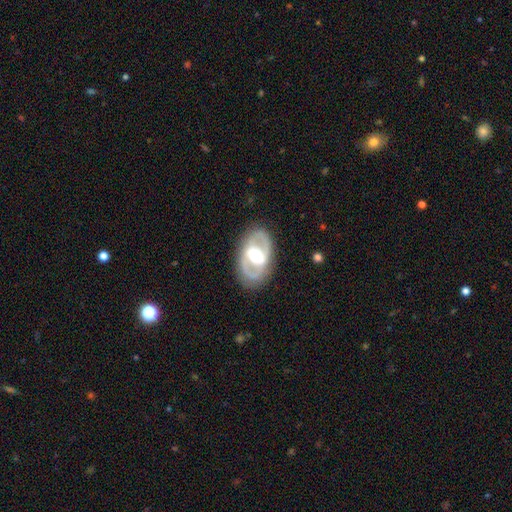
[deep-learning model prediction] A featured or disk galaxy (74%) with a strong bar (46%), spiral arms (52%) and a moderate central bulge (64%).

Vote fractions:
- Smooth or featured? featured or disk: 74% / smooth: 21% / star or artifact: 5%
- Edge-on disk? no: 93% / yes: 7%
- Bar? strong: 46% / weak: 34% / no: 19%
- Spiral arms? yes: 52% / no: 48%
- Bulge size? moderate: 64% / large: 19% / small: 14% / dominant: 2% / none: 1%
- Merging? none: 84% / minor disturbance: 10% / major disturbance: 5% / merger: 1%